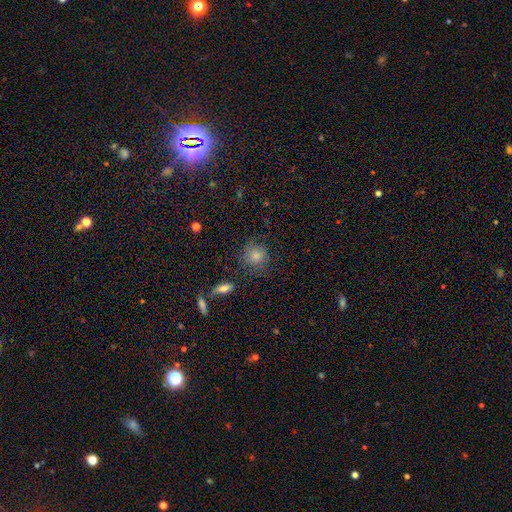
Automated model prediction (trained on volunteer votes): smooth-or-featured: smooth: 80% | star or artifact: 11% | featured or disk: 9%
  how-rounded: round: 85% | in between: 13% | cigar-shaped: 1%
  merging: none: 74% | minor disturbance: 16% | major disturbance: 6% | merger: 4%